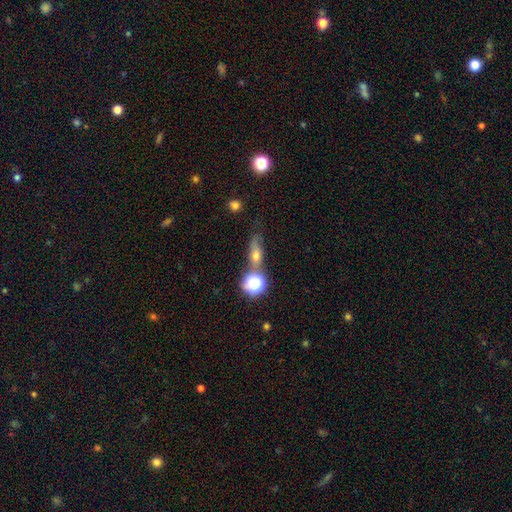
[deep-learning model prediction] Smooth or featured? Predicted: smooth (p=0.50). Merging? Predicted: none (p=0.55).